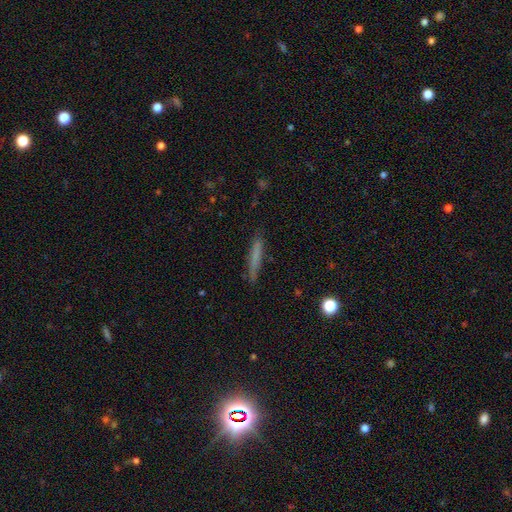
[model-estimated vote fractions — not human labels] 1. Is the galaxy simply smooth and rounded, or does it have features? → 66% smooth, 25% featured or disk, 8% star or artifact.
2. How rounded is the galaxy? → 94% cigar-shaped, 4% in between, 2% round.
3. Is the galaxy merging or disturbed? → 86% none, 11% minor disturbance, 2% major disturbance, 1% merger.